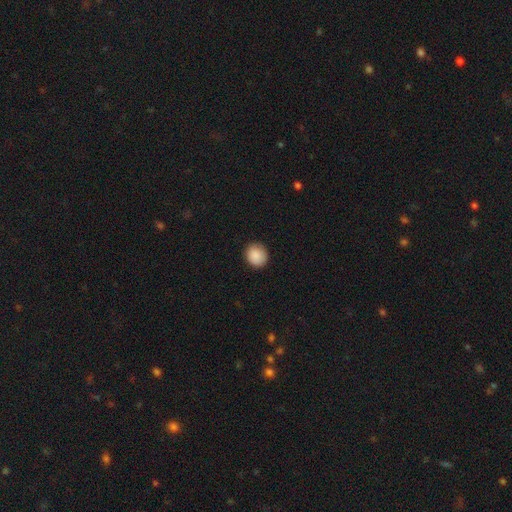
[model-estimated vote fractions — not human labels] This is clearly a smooth galaxy (89%). How rounded: clearly round (84%). Merging: clearly none (87%).